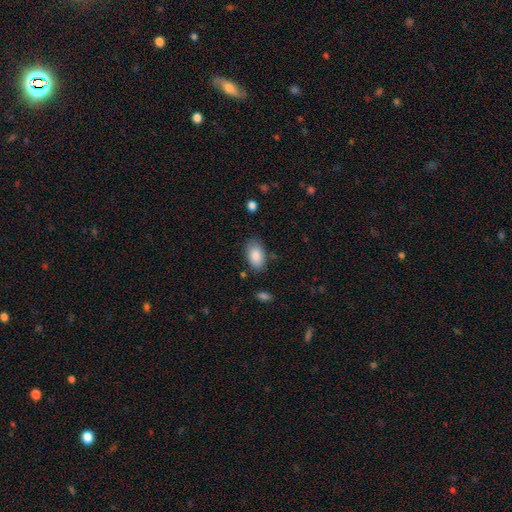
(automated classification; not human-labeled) Q: Smooth or featured?
A: smooth (85%); runner-up: featured or disk (8%)
Q: How rounded?
A: in between (93%); runner-up: round (5%)
Q: Merging?
A: none (76%); runner-up: minor disturbance (17%)